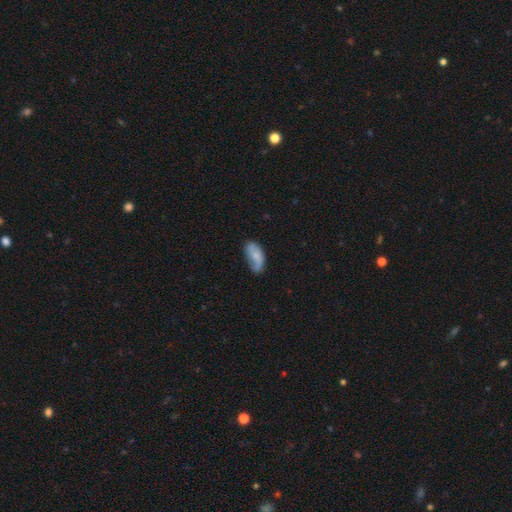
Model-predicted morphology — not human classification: Overall: smooth (59%; featured or disk 34%). How rounded: in between (92%). Merging: none (52%; minor disturbance 33%).